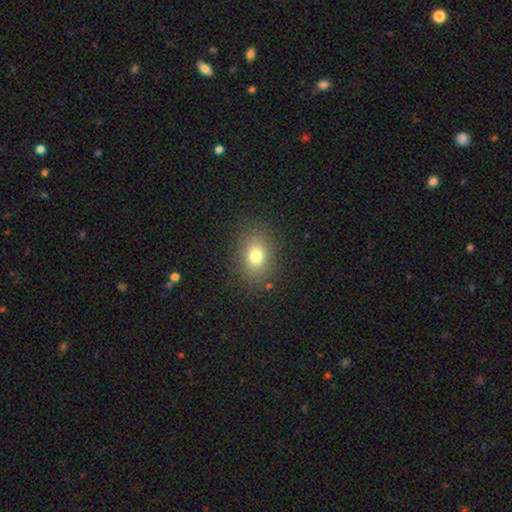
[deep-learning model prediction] Smooth or featured? smooth (77%)
How rounded? in between (59%)
Merging? none (86%)